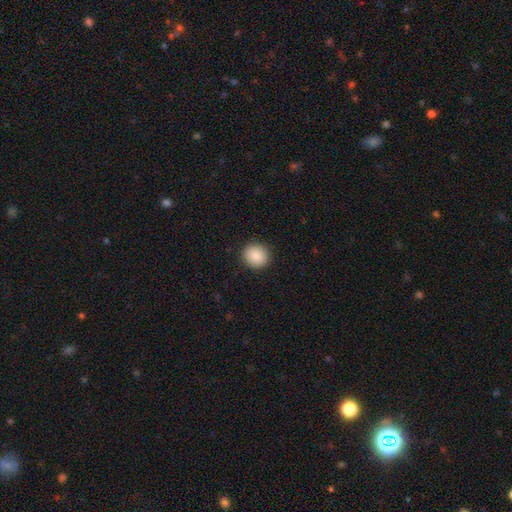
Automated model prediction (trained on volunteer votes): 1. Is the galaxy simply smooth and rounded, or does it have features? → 88% smooth, 8% star or artifact, 4% featured or disk.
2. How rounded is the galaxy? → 87% round, 12% in between, 1% cigar-shaped.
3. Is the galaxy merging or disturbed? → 91% none, 6% minor disturbance, 2% major disturbance, 1% merger.